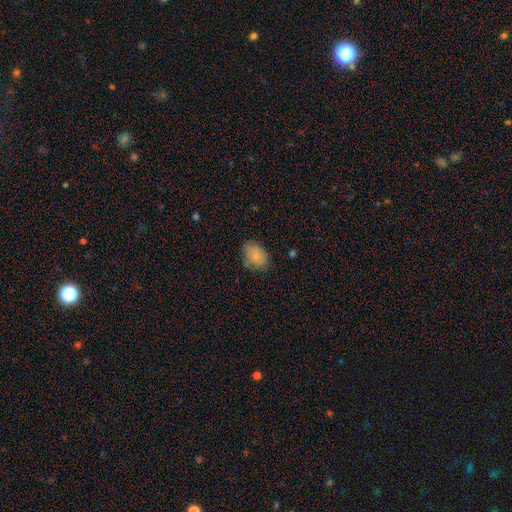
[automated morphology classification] type=smooth (83%); roundness=in between (75%); merging=none (74%).